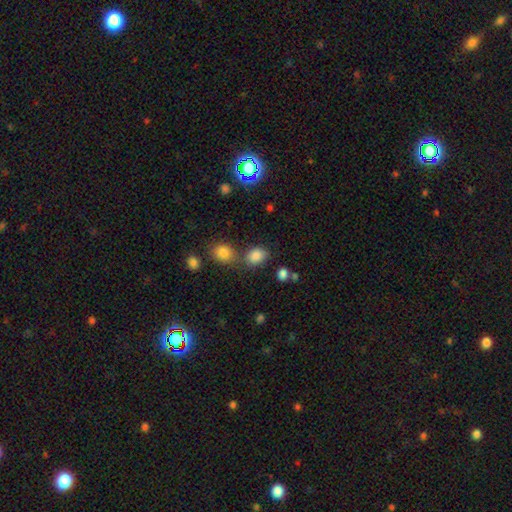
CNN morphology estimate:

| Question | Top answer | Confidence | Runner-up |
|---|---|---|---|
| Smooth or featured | smooth | 84% | star or artifact (11%) |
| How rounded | in between | 64% | round (34%) |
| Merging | none | 65% | merger (17%) |